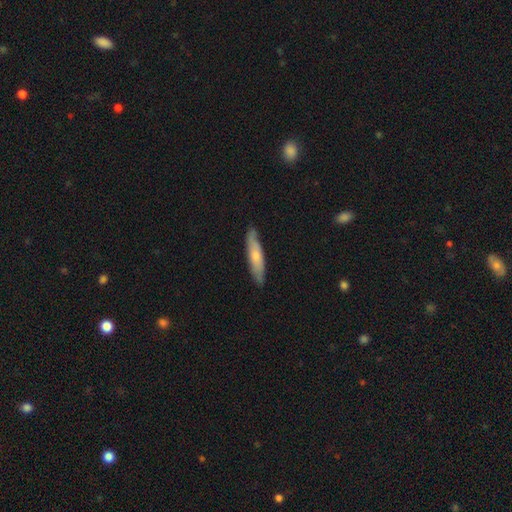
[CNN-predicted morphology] type=smooth (57%); roundness=cigar-shaped (83%); merging=none (83%).